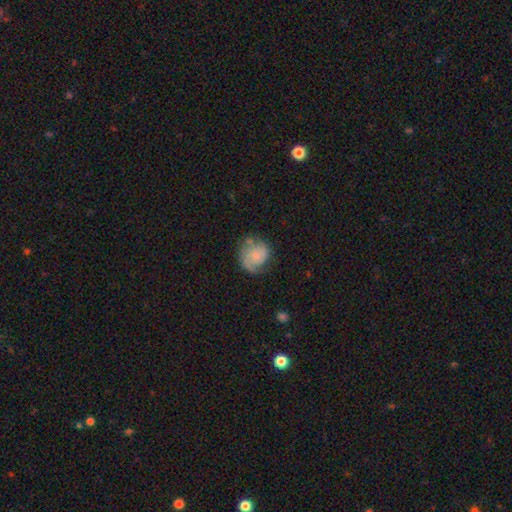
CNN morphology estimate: featured or disk 57%, smooth 36%, star or artifact 7%. Down the decision tree: edge-on disk — no (98%); bar — no (77%); spiral arms — yes (84%); bulge size — small (66%); merging — none (56%).